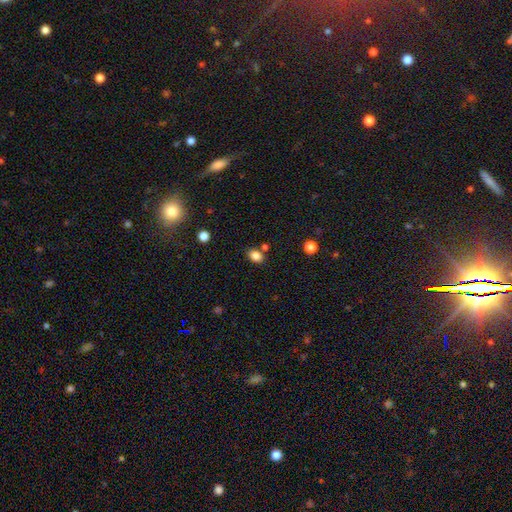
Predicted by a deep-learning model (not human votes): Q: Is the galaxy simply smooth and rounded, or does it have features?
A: smooth — 84%.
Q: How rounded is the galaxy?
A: in between — 73%.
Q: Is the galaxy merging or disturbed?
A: none — 73%.